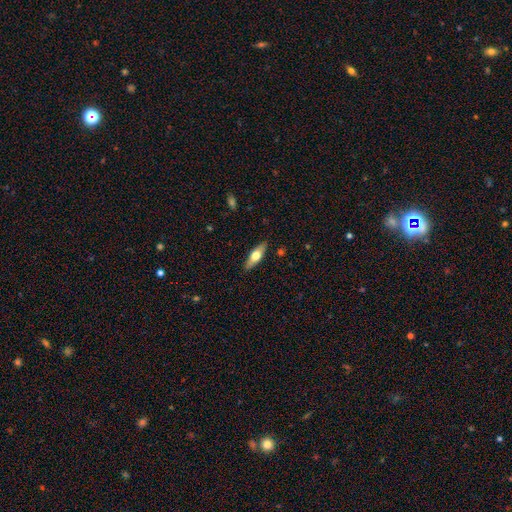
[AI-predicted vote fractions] This appears to be a smooth galaxy with no disk features (51%) that is in between round and cigar-shaped (52%). Merging: none (88%).